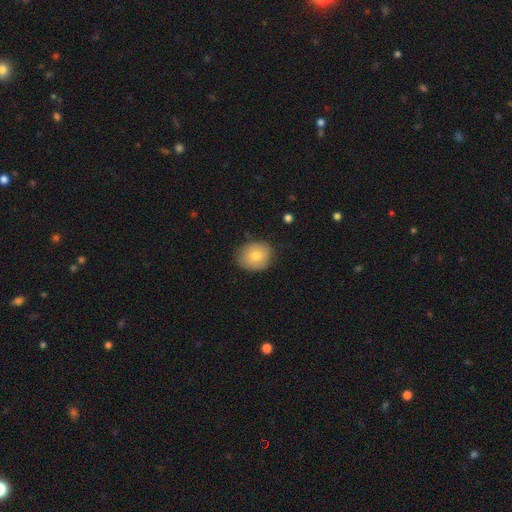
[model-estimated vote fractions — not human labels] A smooth galaxy with no disk features (79%) that is round (65%).

Vote fractions:
- Smooth or featured? smooth: 79% / featured or disk: 13% / star or artifact: 8%
- How rounded? round: 65% / in between: 34% / cigar-shaped: 1%
- Merging? none: 79% / minor disturbance: 16% / major disturbance: 3% / merger: 1%